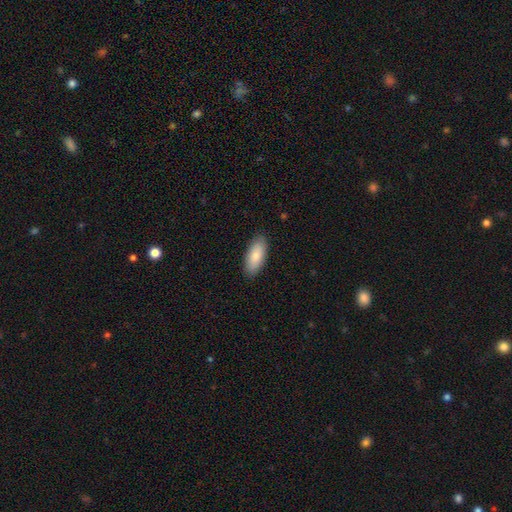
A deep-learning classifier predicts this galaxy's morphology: The model was most divided on "how rounded": in between: 84%, cigar-shaped: 15%, round: 2%. More confident: merging — none (88%); smooth or featured — smooth (84%).